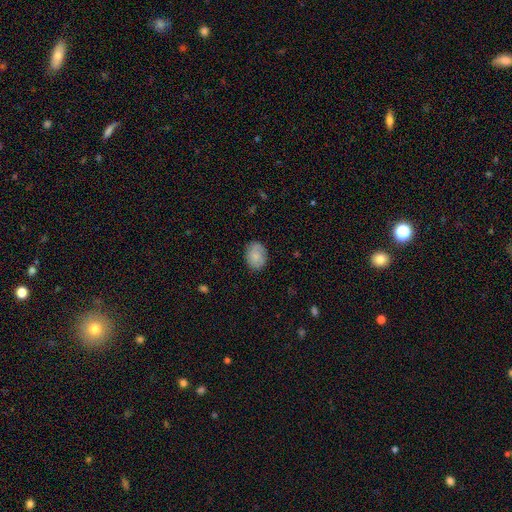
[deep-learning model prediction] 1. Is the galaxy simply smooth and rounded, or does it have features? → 81% smooth, 12% featured or disk, 7% star or artifact.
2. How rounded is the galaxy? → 67% in between, 32% round, 1% cigar-shaped.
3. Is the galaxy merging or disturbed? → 82% none, 14% minor disturbance, 3% major disturbance, 1% merger.